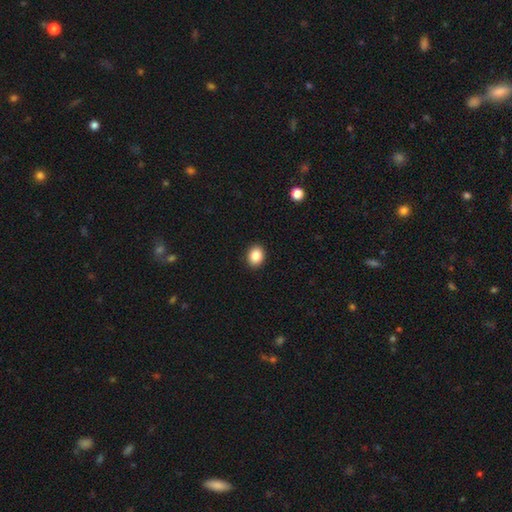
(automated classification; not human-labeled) Overall: smooth (87%). How rounded: in between (51%; round 48%). Merging: none (91%).